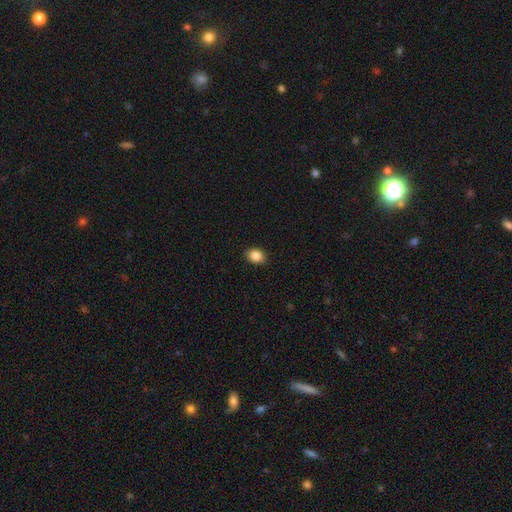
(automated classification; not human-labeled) Overall: smooth (87%). How rounded: in between (52%; round 47%). Merging: none (91%).